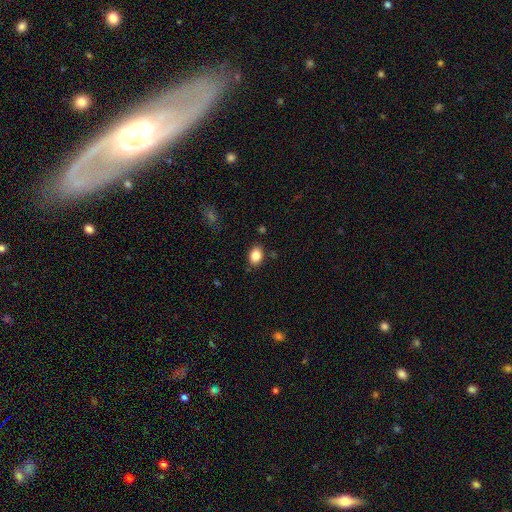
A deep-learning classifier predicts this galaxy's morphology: The model was most divided on "how rounded": in between: 74%, round: 25%, cigar-shaped: 1%. More confident: smooth or featured — smooth (85%); merging — none (85%).